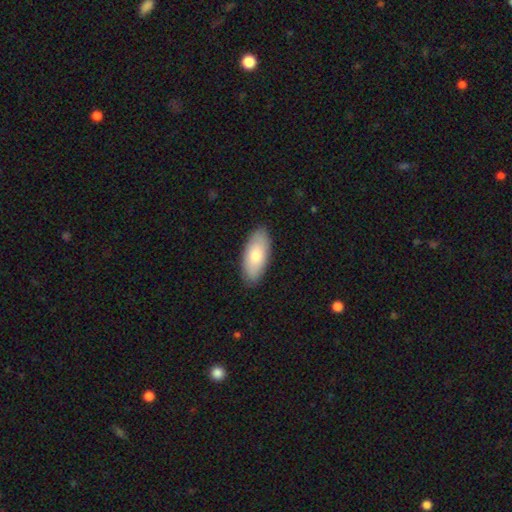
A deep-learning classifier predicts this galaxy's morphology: A smooth galaxy with no disk features (77%) that is in between round and cigar-shaped (88%).

Vote fractions:
- Smooth or featured? smooth: 77% / featured or disk: 17% / star or artifact: 5%
- How rounded? in between: 88% / cigar-shaped: 9% / round: 2%
- Merging? none: 87% / minor disturbance: 10% / major disturbance: 2% / merger: 1%